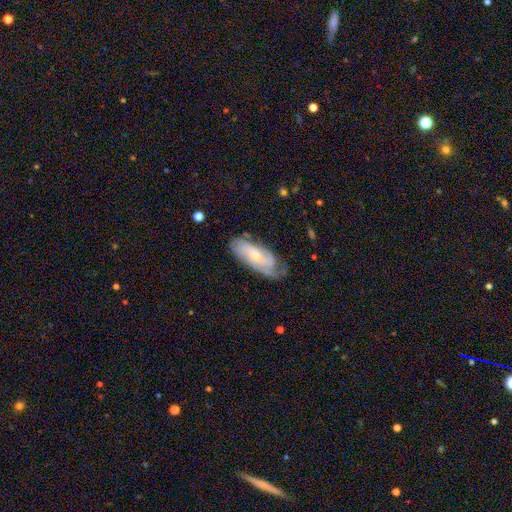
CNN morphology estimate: Smooth or featured? featured or disk (73%)
Edge-on disk? no (91%)
Bar? no (65%)
Spiral arms? yes (92%)
Spiral winding? tight (58%)
Spiral arm count? can't tell (37%)
Bulge size? small (65%)
Merging? none (64%)